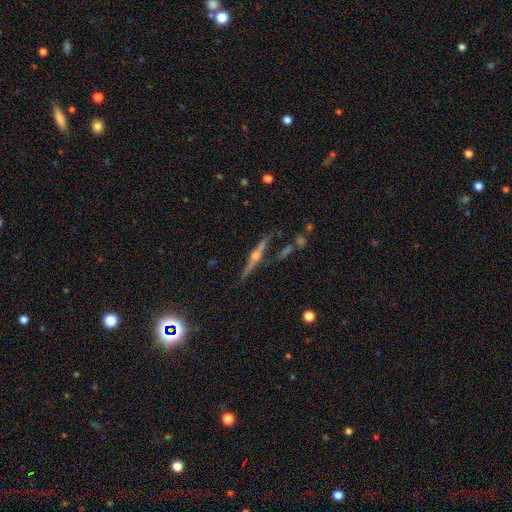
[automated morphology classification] smooth-or-featured: featured or disk: 81% | smooth: 11% | star or artifact: 7%
  disk-edge-on: yes: 98% | no: 2%
    edge-on-bulge: rounded: 93% | none: 3% | boxy: 3%
  merging: none: 83% | minor disturbance: 10% | merger: 4% | major disturbance: 3%